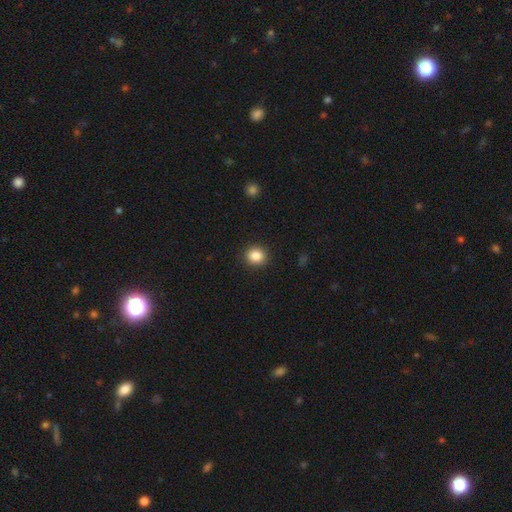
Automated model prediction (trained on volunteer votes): This is clearly a smooth galaxy (86%). How rounded: clearly round (83%). Merging: clearly none (91%).